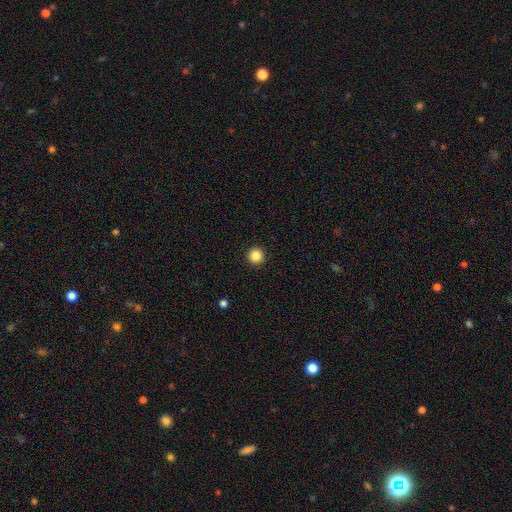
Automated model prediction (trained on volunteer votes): Overall: smooth (86%). How rounded: round (96%). Merging: none (94%).